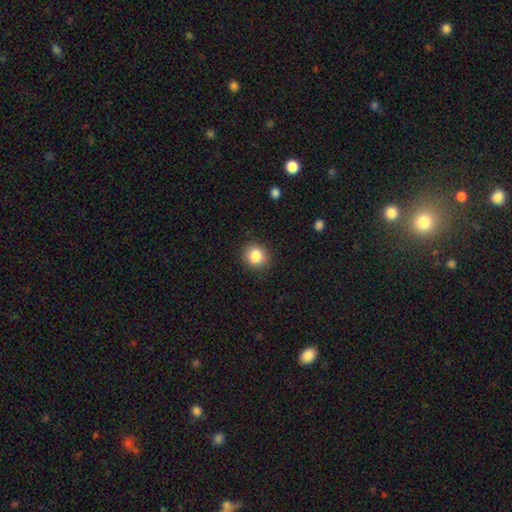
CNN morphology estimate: Q: Smooth or featured?
A: smooth (85%); runner-up: star or artifact (10%)
Q: How rounded?
A: round (81%); runner-up: in between (18%)
Q: Merging?
A: none (87%); runner-up: minor disturbance (10%)